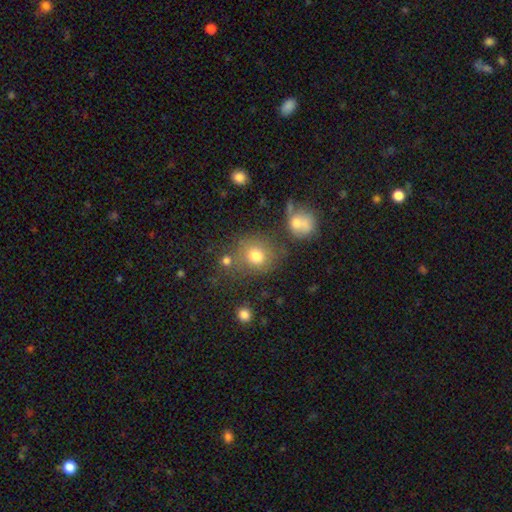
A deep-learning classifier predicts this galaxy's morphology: Smooth or featured?
  - smooth: 76% *
  - star or artifact: 15%
  - featured or disk: 10%
How rounded?
  - round: 76% *
  - in between: 23%
  - cigar-shaped: 1%
Merging?
  - none: 65% *
  - merger: 15%
  - minor disturbance: 14%
  - major disturbance: 7%